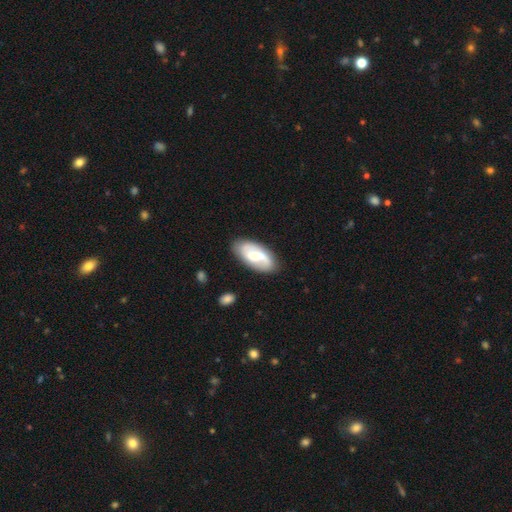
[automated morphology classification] Smooth or featured: featured or disk — 66% (smooth — 29%)
Edge-on disk: no — 95% (yes — 5%)
Bar: weak — 51% (no — 31%)
Spiral arms: yes — 89% (no — 11%)
Spiral winding: loose — 48% (medium — 36%)
Spiral arm count: 2 — 80% (1 — 9%)
Bulge size: moderate — 51% (small — 33%)
Merging: none — 81% (minor disturbance — 14%)